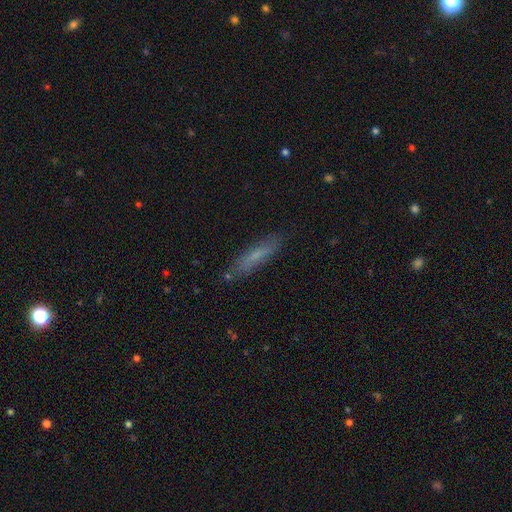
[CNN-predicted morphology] Smooth or featured? Predicted: smooth (p=0.61). How rounded? Predicted: cigar-shaped (p=0.81). Merging? Predicted: none (p=0.83).